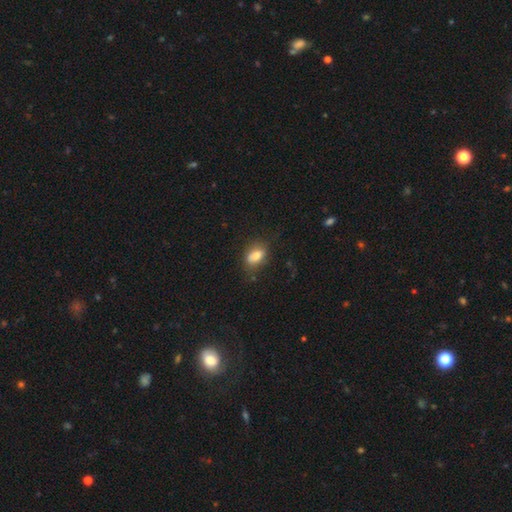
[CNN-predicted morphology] Q: Smooth or featured?
A: smooth (78%); runner-up: featured or disk (13%)
Q: How rounded?
A: in between (82%); runner-up: round (14%)
Q: Merging?
A: none (66%); runner-up: minor disturbance (23%)